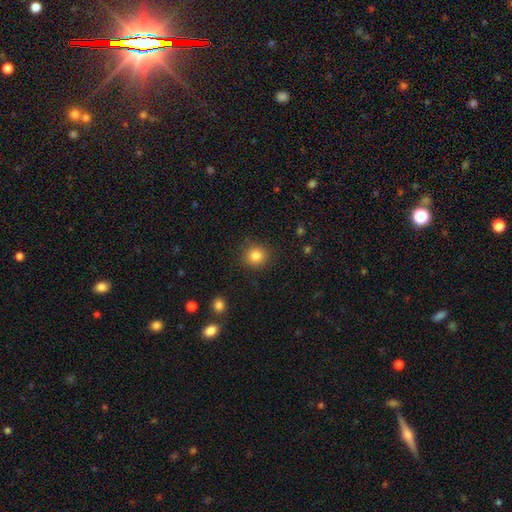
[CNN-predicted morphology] smooth_or_featured: smooth (p=0.84) [alt: star or artifact p=0.11]
how_rounded: round (p=0.90) [alt: in between p=0.09]
merging: none (p=0.89) [alt: minor disturbance p=0.07]